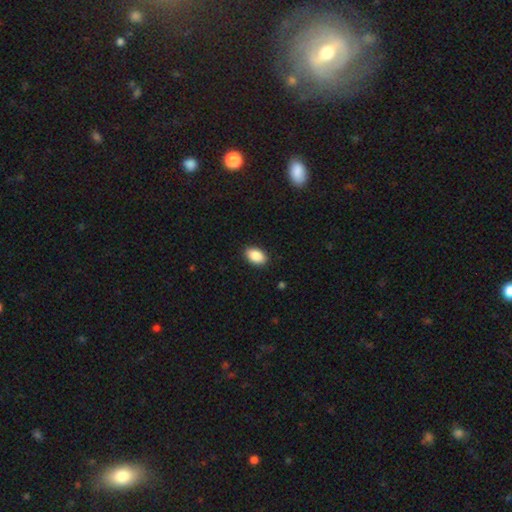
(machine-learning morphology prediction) This appears to be a smooth galaxy with no disk features (88%) that is in between round and cigar-shaped (91%). Merging: none (89%).